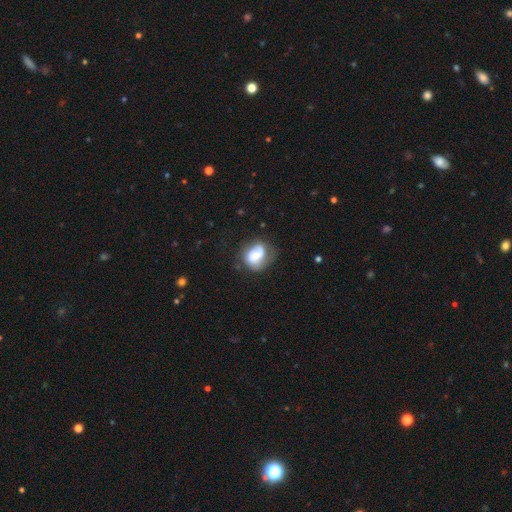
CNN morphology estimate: This appears to be a featured or disk galaxy (49%). Merging: none (51%).